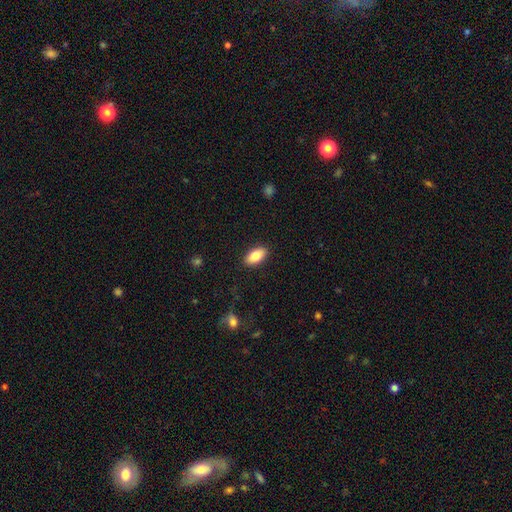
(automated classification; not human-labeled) smooth 83%, featured or disk 11%, star or artifact 7%. Down the decision tree: how rounded — in between (91%); merging — none (89%).